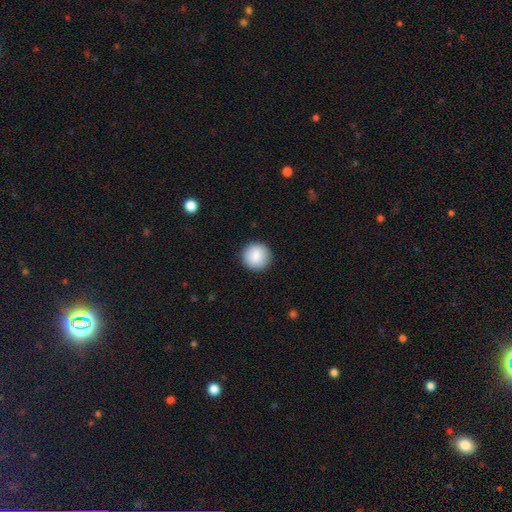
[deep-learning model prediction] smooth 87%, star or artifact 7%, featured or disk 6%. Down the decision tree: how rounded — round (94%); merging — none (91%).